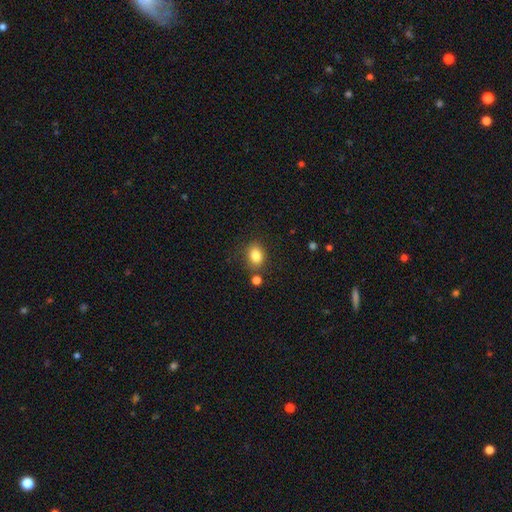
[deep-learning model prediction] smooth-or-featured: smooth: 83% | star or artifact: 10% | featured or disk: 7%
  how-rounded: in between: 62% | round: 36% | cigar-shaped: 1%
  merging: none: 75% | minor disturbance: 13% | merger: 8% | major disturbance: 4%